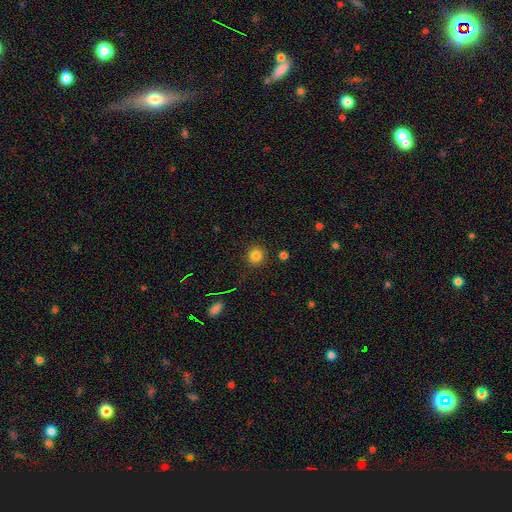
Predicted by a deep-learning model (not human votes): Smooth or featured? Predicted: smooth (p=0.82). How rounded? Predicted: round (p=0.93). Merging? Predicted: none (p=0.90).